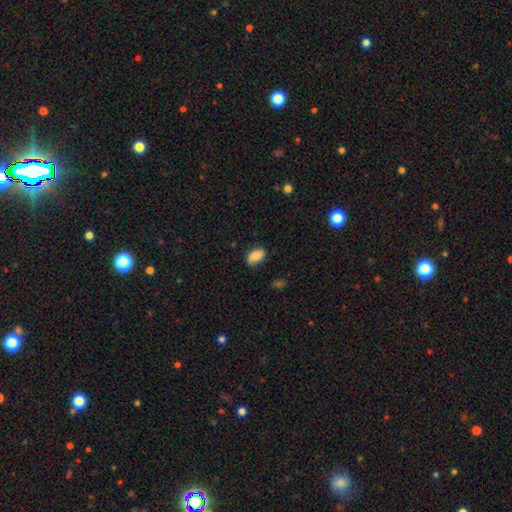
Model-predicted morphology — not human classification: Q: Smooth or featured?
A: smooth (79%); runner-up: featured or disk (13%)
Q: How rounded?
A: in between (89%); runner-up: round (9%)
Q: Merging?
A: none (69%); runner-up: minor disturbance (24%)